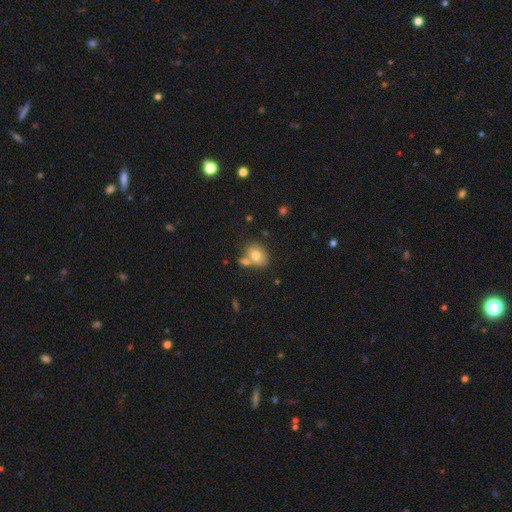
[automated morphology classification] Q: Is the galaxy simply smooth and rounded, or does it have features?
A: smooth — 74%.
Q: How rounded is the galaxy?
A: in between — 52%.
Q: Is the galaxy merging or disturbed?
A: none — 56%.